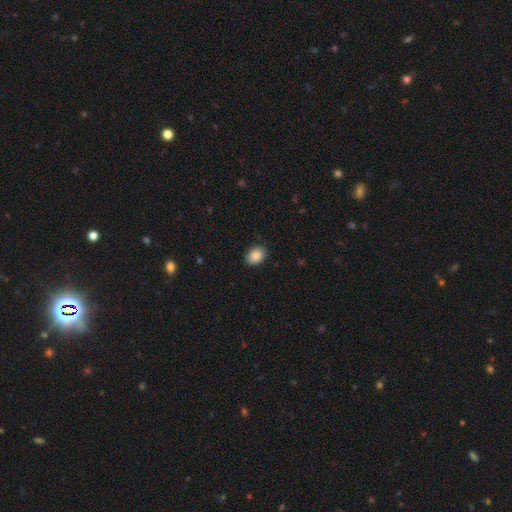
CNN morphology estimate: smooth-or-featured: smooth: 88% | star or artifact: 8% | featured or disk: 4%
  how-rounded: in between: 64% | round: 35% | cigar-shaped: 1%
  merging: none: 88% | minor disturbance: 9% | major disturbance: 2% | merger: 1%